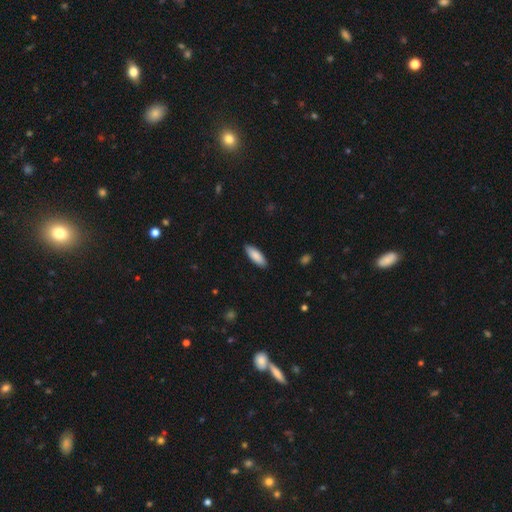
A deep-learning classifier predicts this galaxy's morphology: This appears to be a smooth galaxy with no disk features (88%) that is in between round and cigar-shaped (67%). Merging: none (88%).